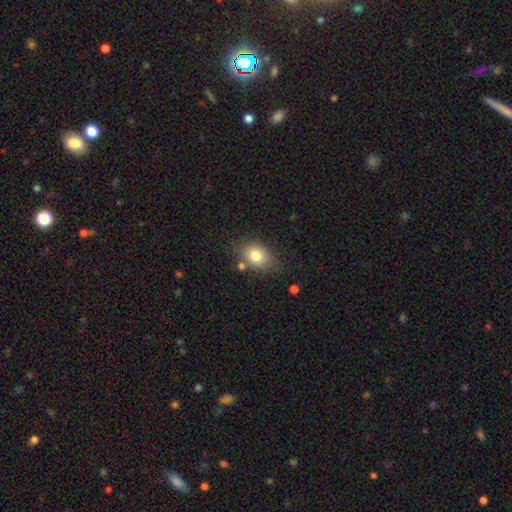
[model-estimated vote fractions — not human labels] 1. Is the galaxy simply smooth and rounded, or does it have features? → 78% smooth, 12% featured or disk, 9% star or artifact.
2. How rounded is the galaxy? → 70% in between, 29% round, 1% cigar-shaped.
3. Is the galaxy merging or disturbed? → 73% none, 16% minor disturbance, 6% merger, 5% major disturbance.